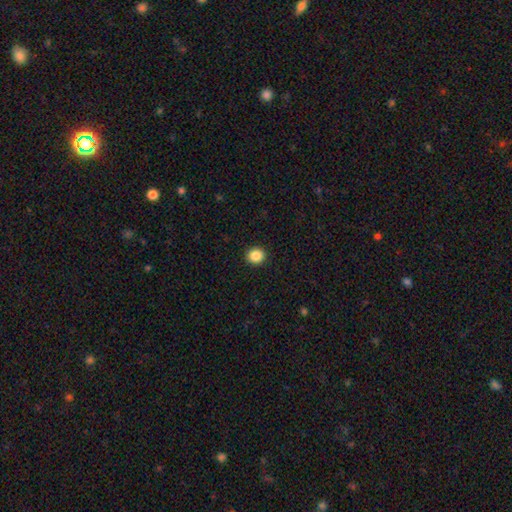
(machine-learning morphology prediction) type=smooth (87%); roundness=round (88%); merging=none (93%).